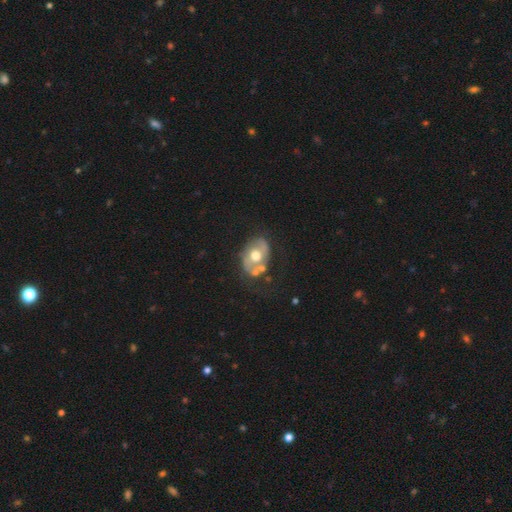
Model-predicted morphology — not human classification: Smooth or featured? featured or disk (56%)
Edge-on disk? no (94%)
Bar? no (78%)
Spiral arms? no (69%)
Bulge size? moderate (67%)
Merging? none (55%)